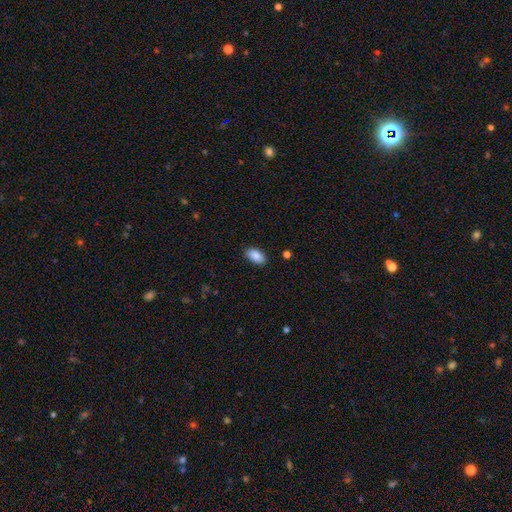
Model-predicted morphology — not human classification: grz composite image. It shows a smooth galaxy with no disk features (89%) that is in between round and cigar-shaped (94%). Merging: none (86%).